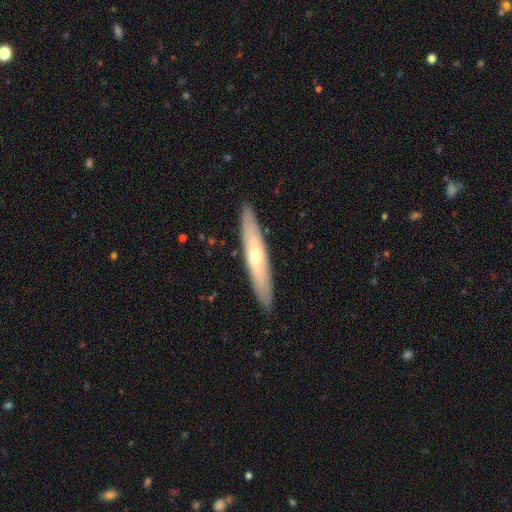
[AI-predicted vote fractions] A featured or disk galaxy (51%) viewed edge-on (81%). Merging: none (91%).